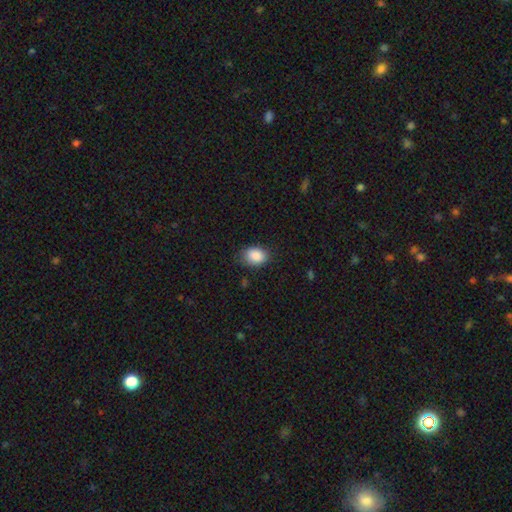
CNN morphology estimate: The model was most divided on "how rounded": in between: 73%, round: 26%, cigar-shaped: 1%. More confident: smooth or featured — smooth (88%); merging — none (77%).